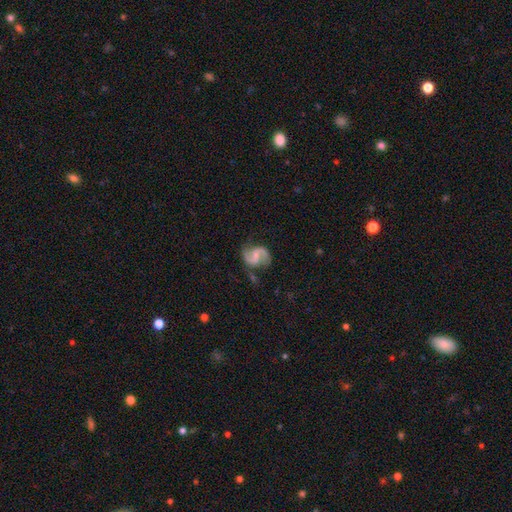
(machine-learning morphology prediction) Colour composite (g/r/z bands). It shows a featured or disk galaxy (87%) with a weak bar (50%), 2 (93%) medium (50%) spiral arms (97%) and a small central bulge (45%). Merging: none (72%).